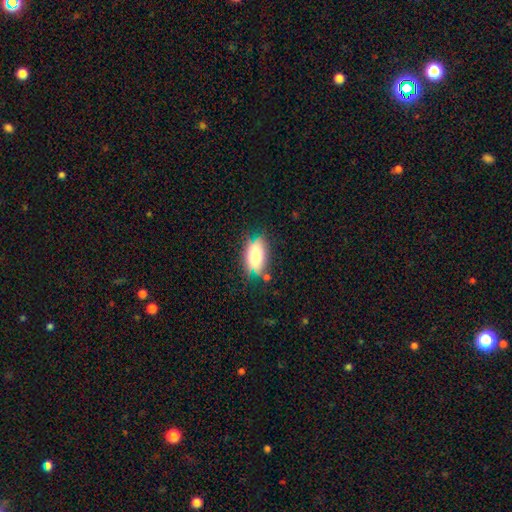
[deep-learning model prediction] smooth-or-featured: smooth: 76% | featured or disk: 15% | star or artifact: 9%
  how-rounded: in between: 89% | round: 6% | cigar-shaped: 5%
  merging: none: 70% | minor disturbance: 20% | major disturbance: 5% | merger: 5%